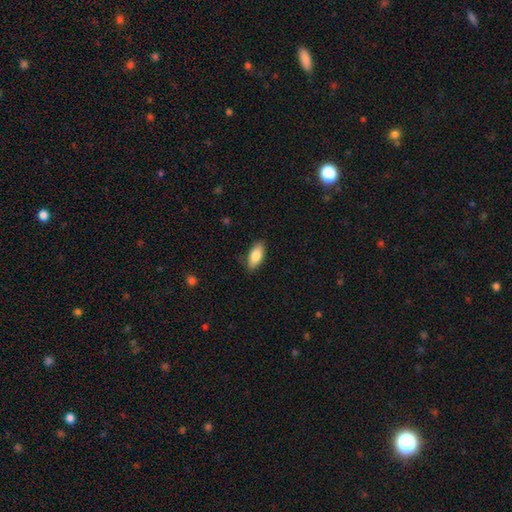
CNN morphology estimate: Smooth or featured?
  - smooth: 82% *
  - featured or disk: 12%
  - star or artifact: 6%
How rounded?
  - in between: 85% *
  - cigar-shaped: 12%
  - round: 3%
Merging?
  - none: 82% *
  - minor disturbance: 14%
  - major disturbance: 3%
  - merger: 1%